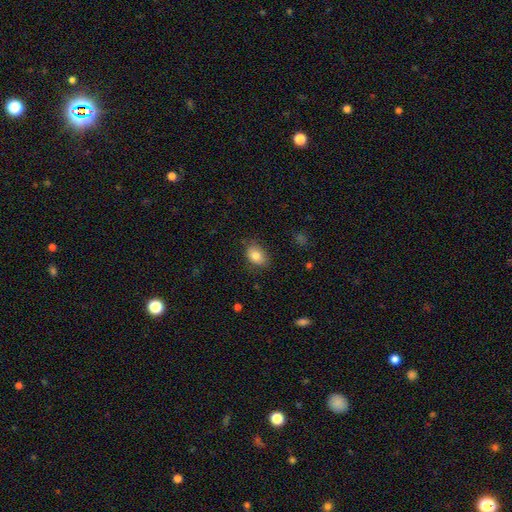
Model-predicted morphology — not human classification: Smooth or featured: smooth — 83% (featured or disk — 9%)
How rounded: in between — 75% (round — 24%)
Merging: none — 77% (minor disturbance — 18%)